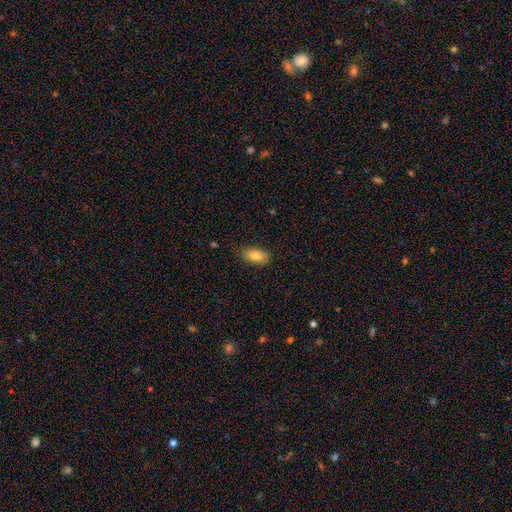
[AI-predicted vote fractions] smooth 82%, featured or disk 10%, star or artifact 7%. Down the decision tree: how rounded — in between (91%); merging — none (79%).